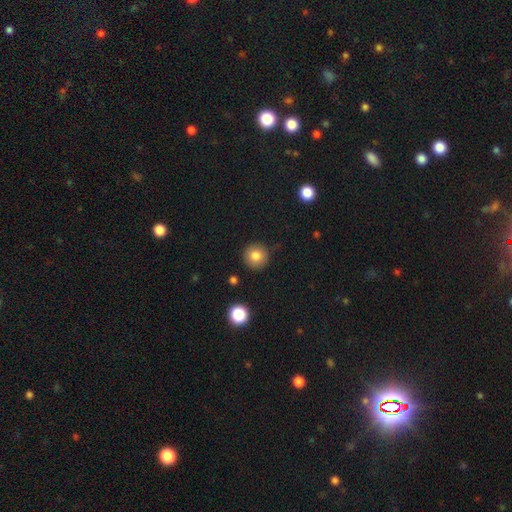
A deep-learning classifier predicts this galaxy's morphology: Overall: smooth (82%). How rounded: round (94%). Merging: none (87%).